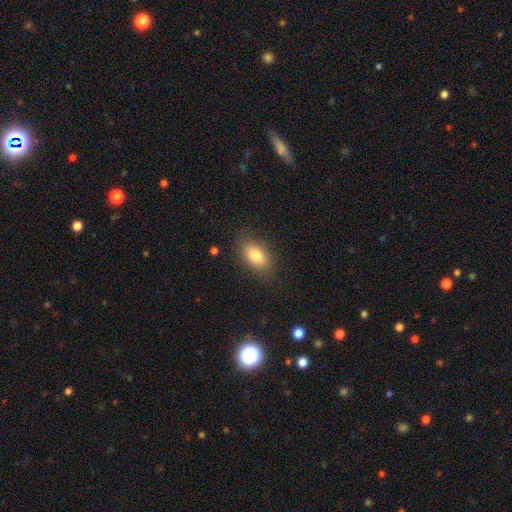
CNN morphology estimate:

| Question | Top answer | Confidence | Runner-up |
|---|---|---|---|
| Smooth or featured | smooth | 82% | featured or disk (10%) |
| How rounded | in between | 88% | round (8%) |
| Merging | none | 83% | minor disturbance (12%) |